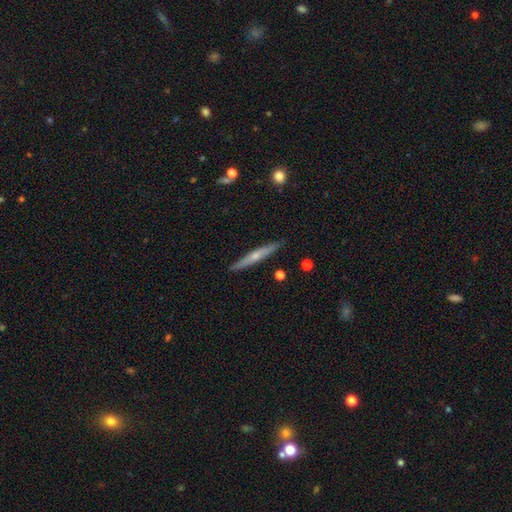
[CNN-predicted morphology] smooth-or-featured: featured or disk: 57% | smooth: 37% | star or artifact: 6%
  disk-edge-on: yes: 96% | no: 4%
    edge-on-bulge: rounded: 70% | none: 26% | boxy: 4%
  merging: none: 90% | minor disturbance: 8% | major disturbance: 1% | merger: 1%